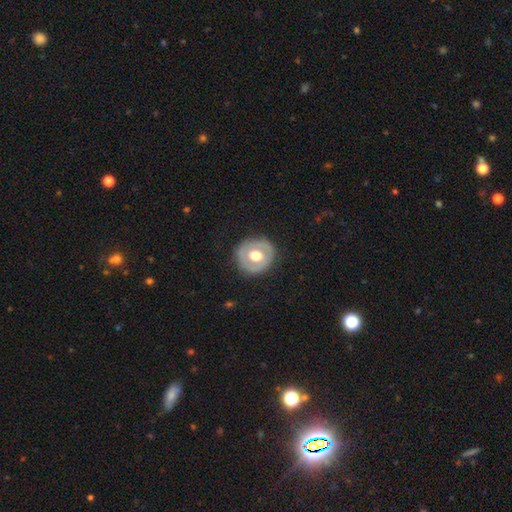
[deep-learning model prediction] Smooth or featured?
  - smooth: 47% * (tied)
  - featured or disk: 47% * (tied)
  - star or artifact: 6%
Merging?
  - none: 84% *
  - minor disturbance: 11%
  - major disturbance: 4%
  - merger: 1%